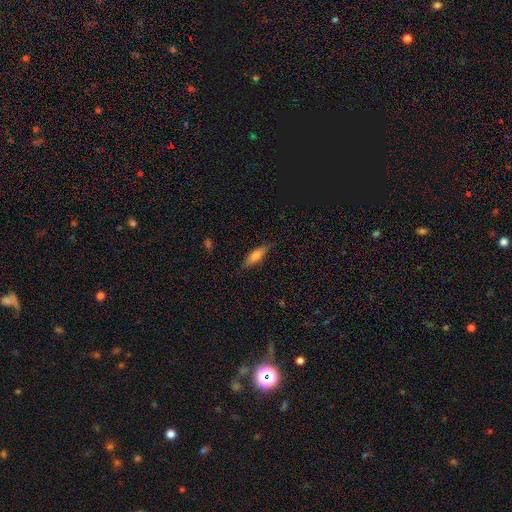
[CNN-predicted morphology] This appears to be a smooth galaxy with no disk features (66%) that is cigar-shaped (52%). Merging: none (83%).